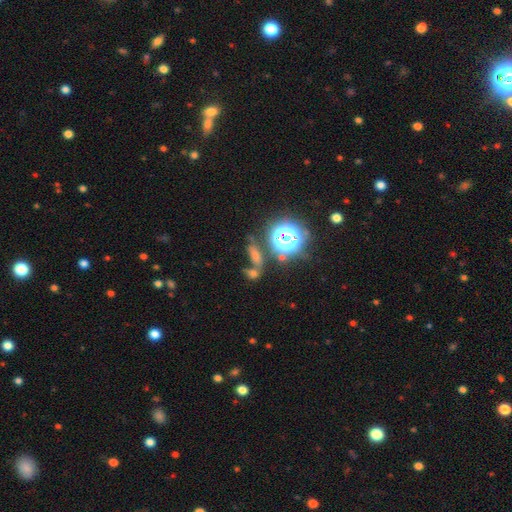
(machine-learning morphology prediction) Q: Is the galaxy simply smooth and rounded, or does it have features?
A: smooth — 51%.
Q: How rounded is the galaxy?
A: in between — 55%.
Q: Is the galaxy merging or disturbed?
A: none — 48%.